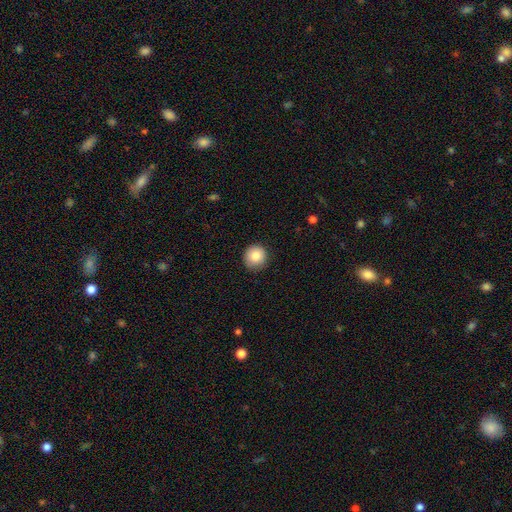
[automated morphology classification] Overall: smooth (85%). How rounded: round (94%). Merging: none (88%).